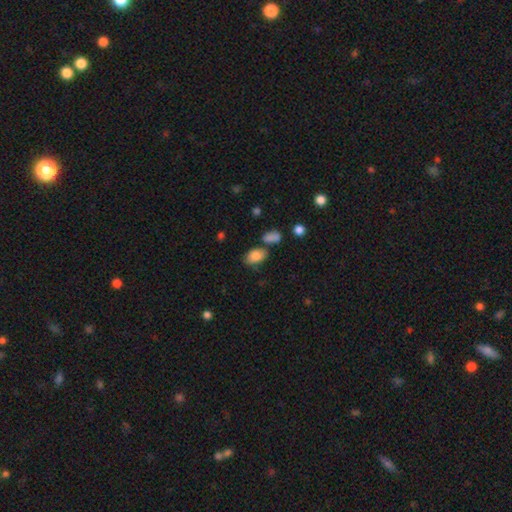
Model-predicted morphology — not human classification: Q: Smooth or featured?
A: smooth (84%); runner-up: star or artifact (9%)
Q: How rounded?
A: in between (87%); runner-up: round (11%)
Q: Merging?
A: none (62%); runner-up: minor disturbance (17%)